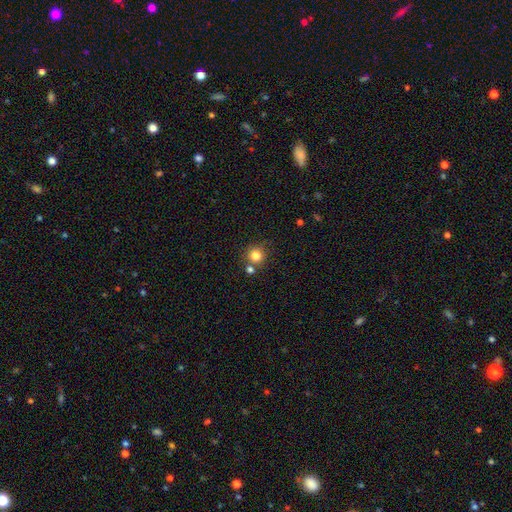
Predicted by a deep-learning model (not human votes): A smooth galaxy with no disk features (82%) that is round (93%).

Vote fractions:
- Smooth or featured? smooth: 82% / star or artifact: 12% / featured or disk: 6%
- How rounded? round: 93% / in between: 6% / cigar-shaped: 1%
- Merging? none: 71% / merger: 16% / minor disturbance: 9% / major disturbance: 3%